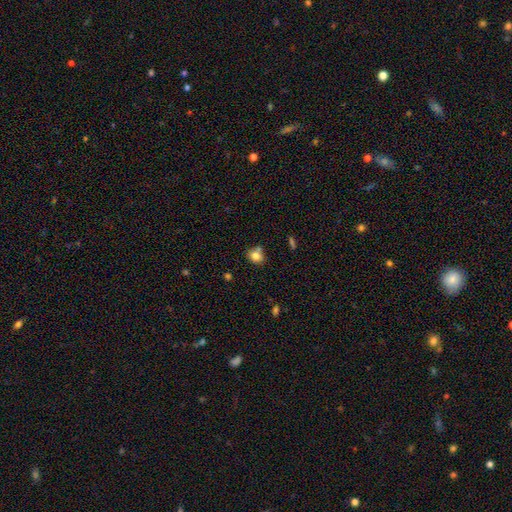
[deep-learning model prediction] Smooth or featured? smooth (80%)
How rounded? round (69%)
Merging? none (65%)